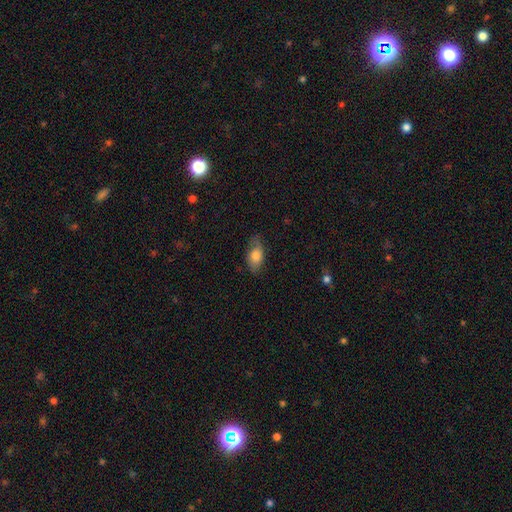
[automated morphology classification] smooth-or-featured: smooth: 73% | featured or disk: 20% | star or artifact: 7%
  how-rounded: in between: 89% | round: 7% | cigar-shaped: 5%
  merging: none: 66% | minor disturbance: 25% | major disturbance: 7% | merger: 1%